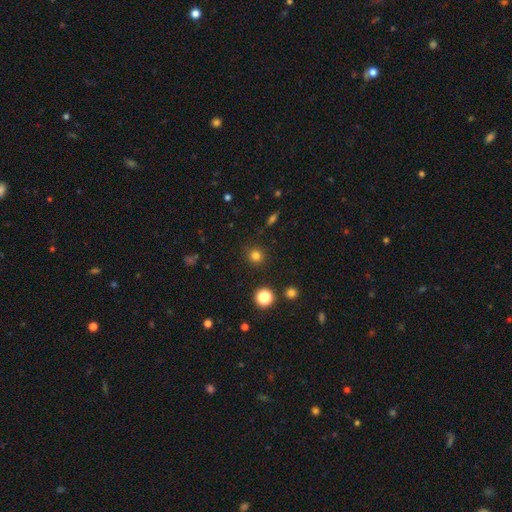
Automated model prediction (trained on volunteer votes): This is likely a smooth galaxy (79%). How rounded: clearly round (94%). Merging: clearly none (90%).